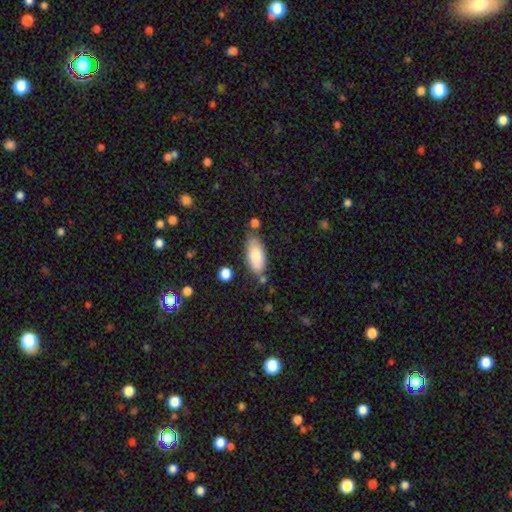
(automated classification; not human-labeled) A smooth galaxy with no disk features (80%) that is in between round and cigar-shaped (87%). Merging: none (70%).